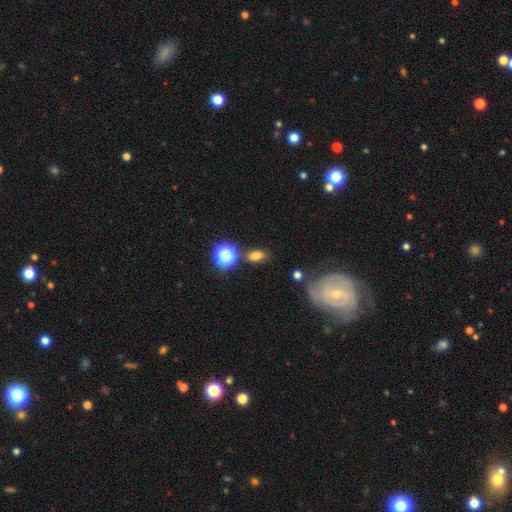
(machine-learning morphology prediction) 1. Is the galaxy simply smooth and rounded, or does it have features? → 73% smooth, 19% star or artifact, 9% featured or disk.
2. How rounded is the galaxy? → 74% in between, 23% round, 2% cigar-shaped.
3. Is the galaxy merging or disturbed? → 71% none, 15% minor disturbance, 8% merger, 5% major disturbance.